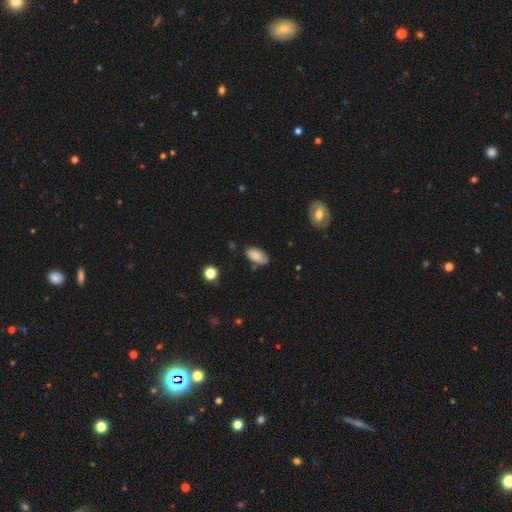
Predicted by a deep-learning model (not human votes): Overall: smooth (84%). How rounded: in between (93%). Merging: none (75%).